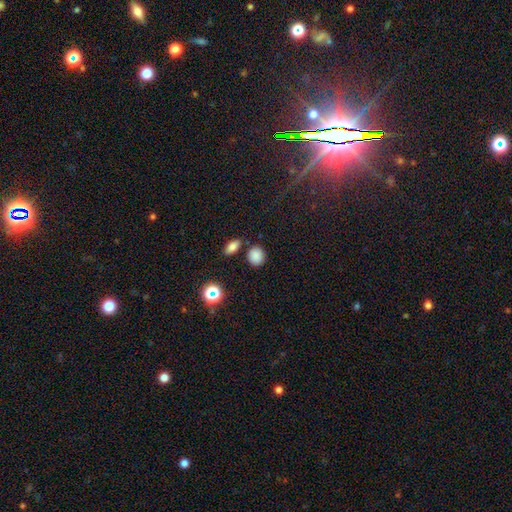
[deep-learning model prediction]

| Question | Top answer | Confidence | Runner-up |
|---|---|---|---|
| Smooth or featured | smooth | 83% | star or artifact (12%) |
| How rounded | round | 73% | in between (26%) |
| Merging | none | 79% | minor disturbance (11%) |